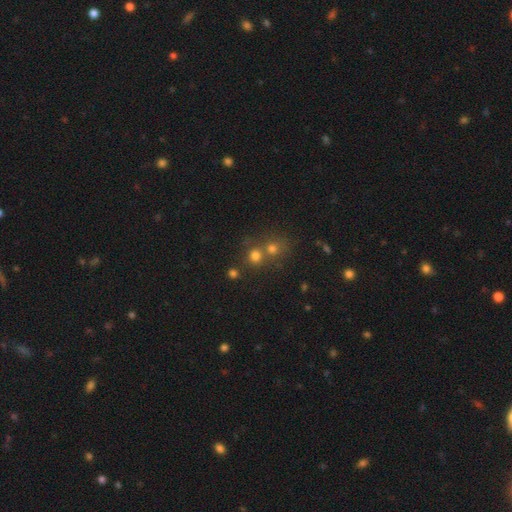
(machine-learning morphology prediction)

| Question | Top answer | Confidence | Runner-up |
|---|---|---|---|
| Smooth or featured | smooth | 71% | star or artifact (20%) |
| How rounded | round | 88% | in between (11%) |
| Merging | none | 53% | merger (39%) |